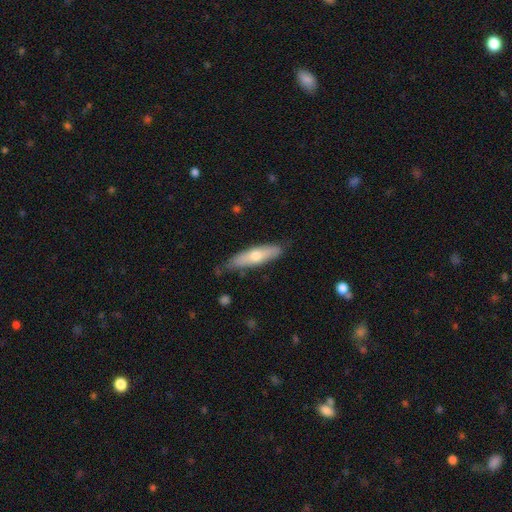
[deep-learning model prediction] smooth_or_featured: smooth (p=0.59) [alt: featured or disk p=0.35]
how_rounded: cigar-shaped (p=0.63) [alt: in between p=0.35]
merging: none (p=0.76) [alt: minor disturbance p=0.19]